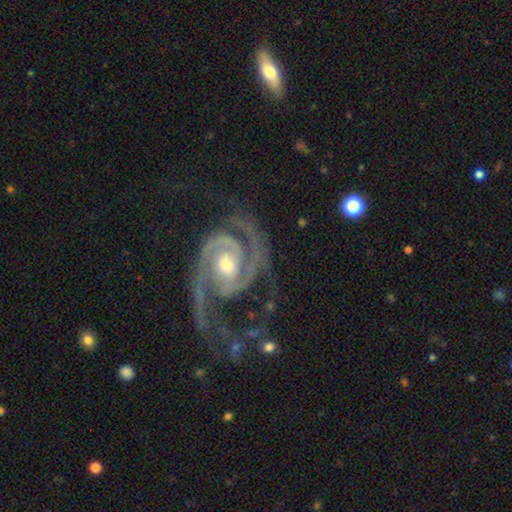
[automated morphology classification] A featured or disk galaxy (94%) with no bar (54%), 2 (86%) tight (48%) spiral arms (99%) and a moderate central bulge (66%). Merging: none (58%).